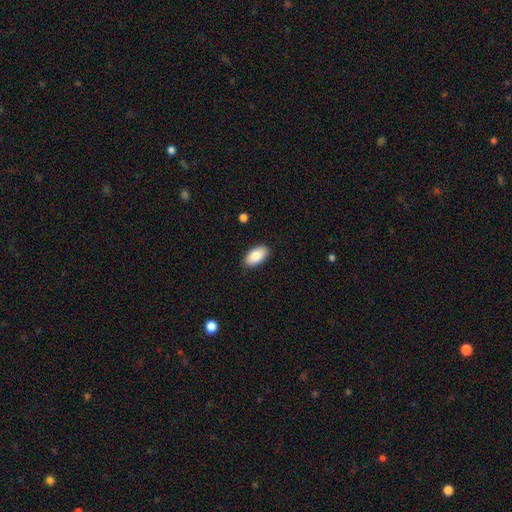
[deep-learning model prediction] smooth_or_featured: smooth (p=0.85) [alt: featured or disk p=0.09]
how_rounded: in between (p=0.94) [alt: round p=0.03]
merging: none (p=0.88) [alt: minor disturbance p=0.09]